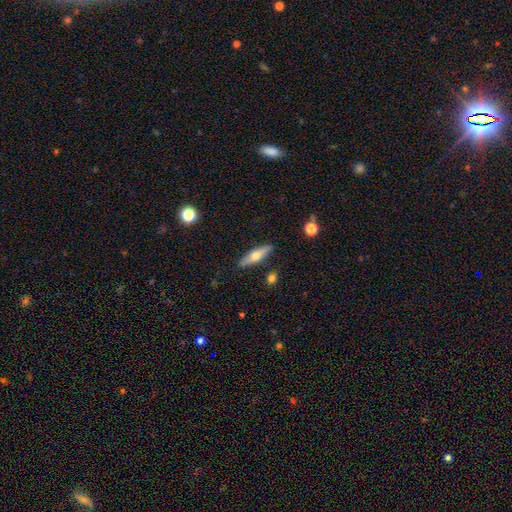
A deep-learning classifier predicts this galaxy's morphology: The model was most divided on "smooth or featured": smooth: 50%, featured or disk: 44%, star or artifact: 6%. More confident: merging — none (85%).